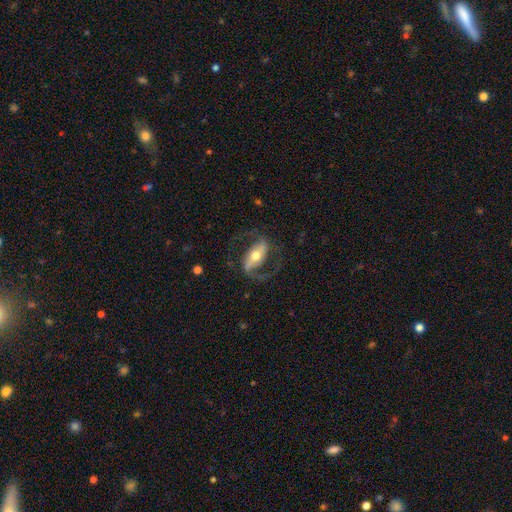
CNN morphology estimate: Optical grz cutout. It shows a featured or disk galaxy (86%) with a strong bar (57%), 2 (91%) medium (53%) spiral arms (94%) and a moderate central bulge (67%). Merging: none (72%).